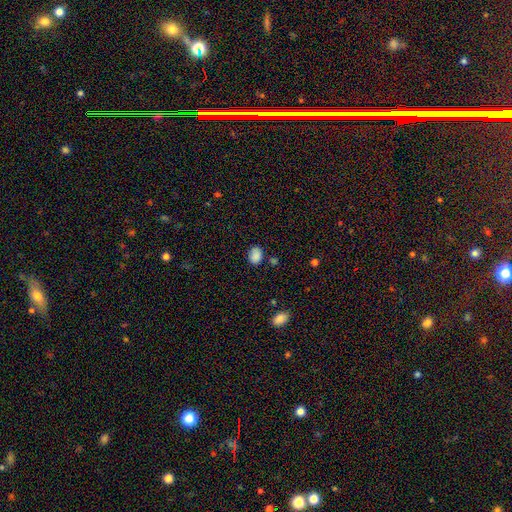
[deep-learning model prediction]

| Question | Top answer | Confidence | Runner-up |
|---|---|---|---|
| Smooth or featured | smooth | 86% | star or artifact (10%) |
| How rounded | in between | 59% | round (40%) |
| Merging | none | 75% | minor disturbance (17%) |